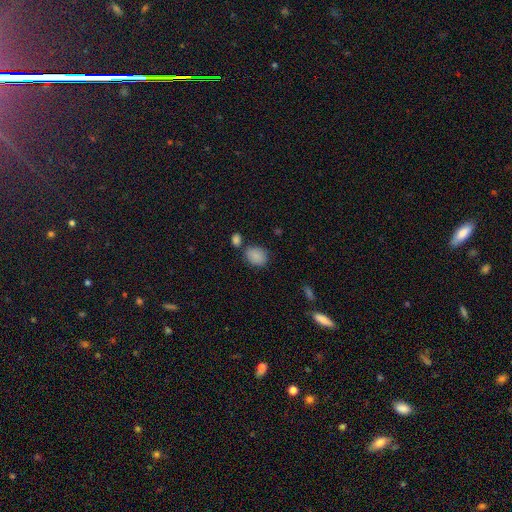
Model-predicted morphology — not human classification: Smooth or featured?
  - smooth: 87% *
  - star or artifact: 8%
  - featured or disk: 5%
How rounded?
  - in between: 61% *
  - round: 37%
  - cigar-shaped: 1%
Merging?
  - none: 65% *
  - minor disturbance: 16%
  - merger: 14%
  - major disturbance: 4%